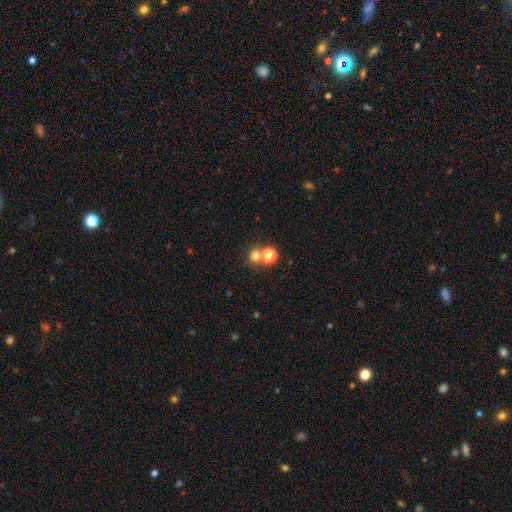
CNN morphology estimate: smooth-or-featured: smooth: 72% | star or artifact: 19% | featured or disk: 9%
  how-rounded: round: 82% | in between: 17% | cigar-shaped: 1%
  merging: none: 56% | merger: 34% | minor disturbance: 7% | major disturbance: 3%